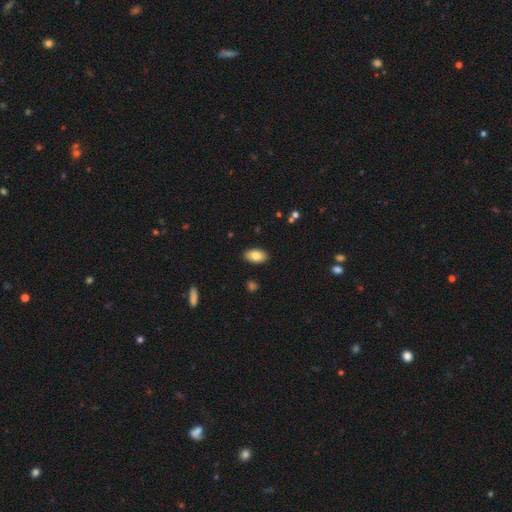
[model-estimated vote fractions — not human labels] A smooth galaxy with no disk features (83%) that is in between round and cigar-shaped (94%). Merging: none (89%).